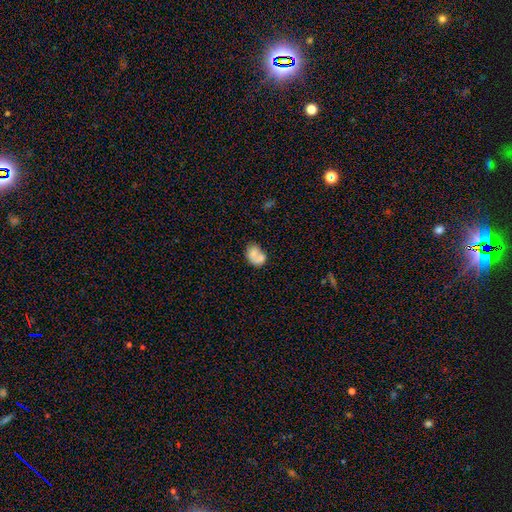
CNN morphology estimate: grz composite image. It shows a smooth galaxy with no disk features (67%) that is in between round and cigar-shaped (61%). Merging: merger (49%).